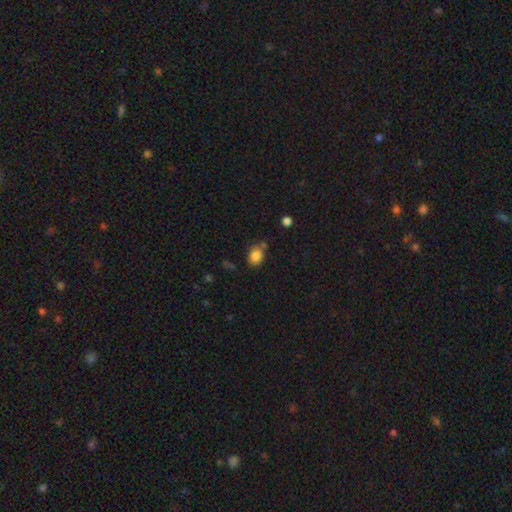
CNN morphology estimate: smooth 84%, star or artifact 10%, featured or disk 6%. Down the decision tree: how rounded — in between (63%); merging — none (65%).